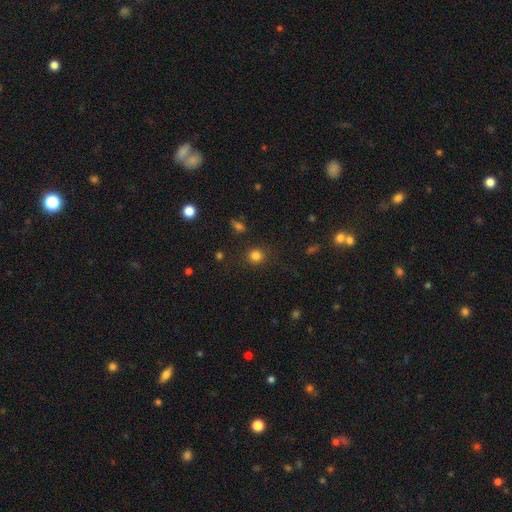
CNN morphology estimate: smooth-or-featured: smooth: 81% | star or artifact: 14% | featured or disk: 5%
  how-rounded: round: 89% | in between: 10% | cigar-shaped: 1%
  merging: none: 86% | minor disturbance: 8% | major disturbance: 4% | merger: 2%